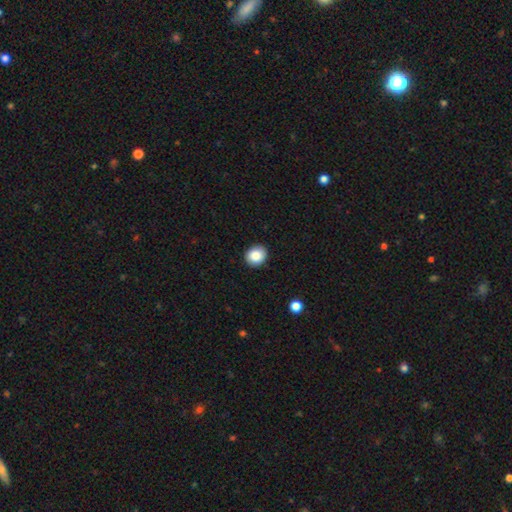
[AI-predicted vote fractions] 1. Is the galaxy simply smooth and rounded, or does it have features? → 86% smooth, 9% star or artifact, 5% featured or disk.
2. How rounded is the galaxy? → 72% round, 27% in between, 1% cigar-shaped.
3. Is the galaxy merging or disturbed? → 91% none, 7% minor disturbance, 2% major disturbance, 1% merger.